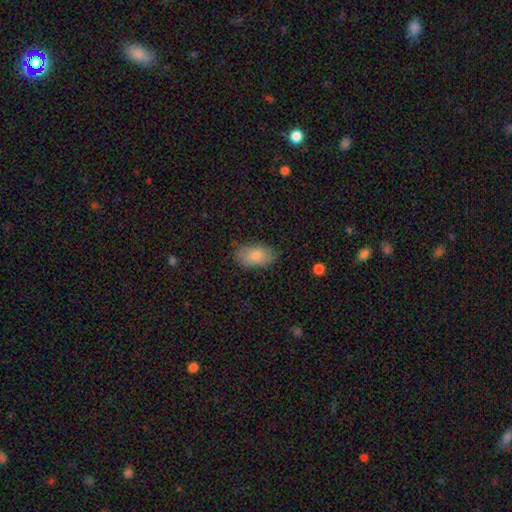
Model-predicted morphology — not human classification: Smooth or featured: smooth — 81% (featured or disk — 12%)
How rounded: in between — 93% (round — 6%)
Merging: none — 77% (minor disturbance — 18%)